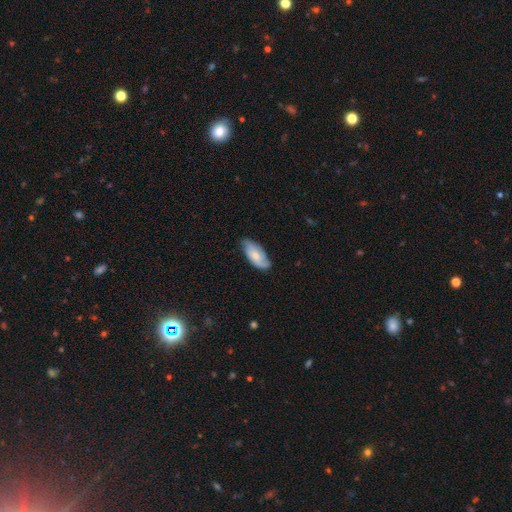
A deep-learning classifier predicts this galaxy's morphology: The model was most divided on "smooth or featured": smooth: 49%, featured or disk: 45%, star or artifact: 6%. More confident: merging — none (68%).